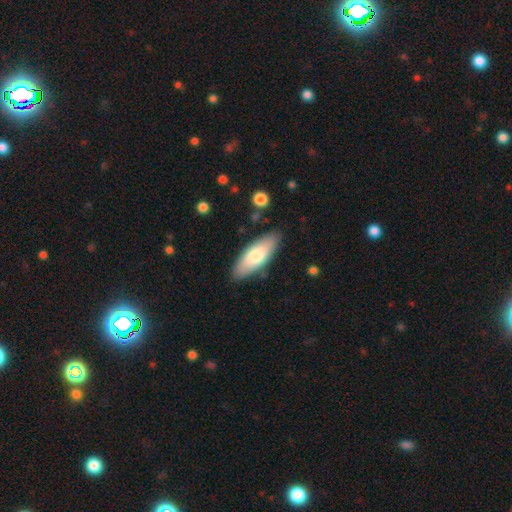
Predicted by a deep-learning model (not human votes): Morphology: type=smooth (72%); roundness=in between (69%); merging=none (86%).